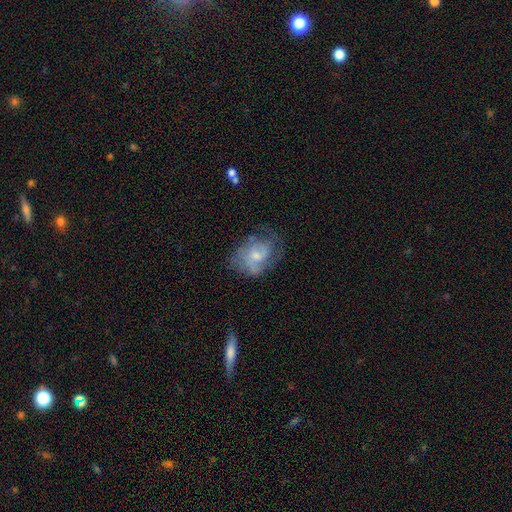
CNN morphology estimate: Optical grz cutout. It shows a featured or disk galaxy (56%) with no bar (67%), spiral arms (70%) and a small central bulge (50%). Merging: none (51%).